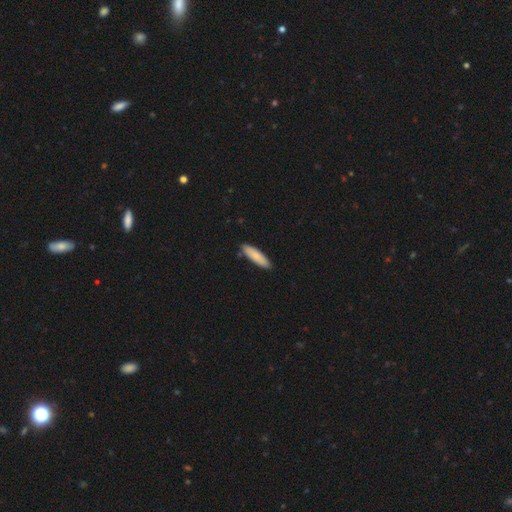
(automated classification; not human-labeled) Smooth or featured? smooth (84%)
How rounded? cigar-shaped (69%)
Merging? none (86%)